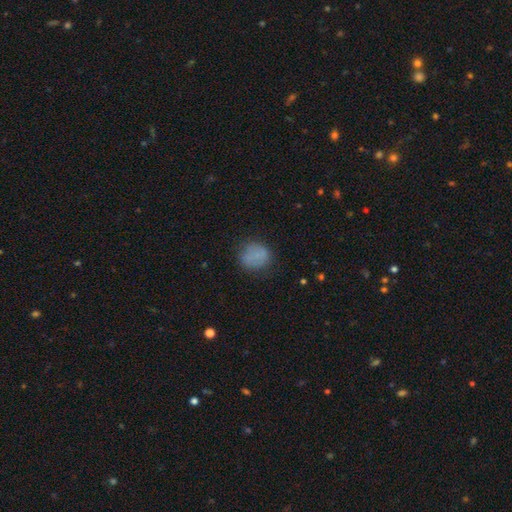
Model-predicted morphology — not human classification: Smooth or featured: smooth — 75% (featured or disk — 13%)
How rounded: round — 72% (in between — 27%)
Merging: none — 72% (minor disturbance — 19%)